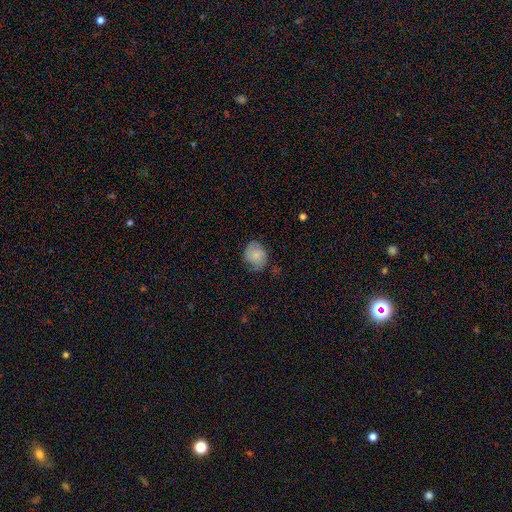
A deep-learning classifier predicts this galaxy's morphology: Q: Smooth or featured?
A: smooth (50%); runner-up: featured or disk (41%)
Q: How rounded?
A: round (59%); runner-up: in between (40%)
Q: Merging?
A: none (67%); runner-up: minor disturbance (24%)